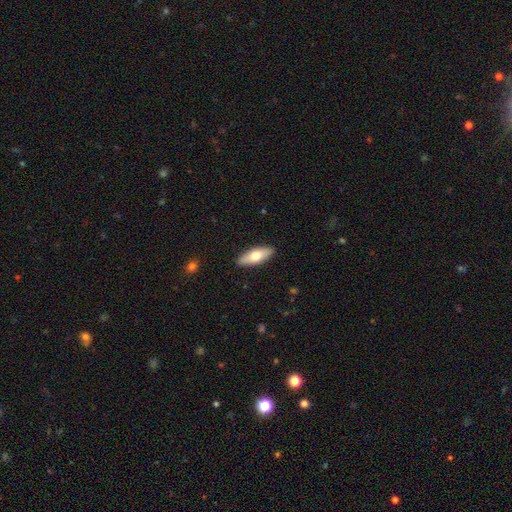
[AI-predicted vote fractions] A smooth galaxy with no disk features (68%) that is in between round and cigar-shaped (71%). Merging: none (89%).